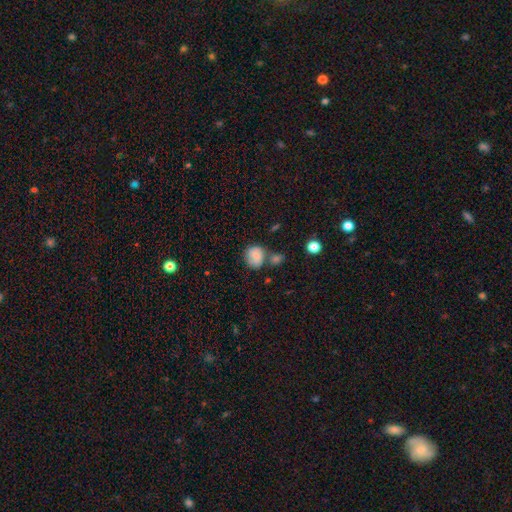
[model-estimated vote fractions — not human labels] Q: Smooth or featured?
A: smooth (77%); runner-up: featured or disk (14%)
Q: How rounded?
A: round (71%); runner-up: in between (28%)
Q: Merging?
A: none (47%); runner-up: merger (25%)